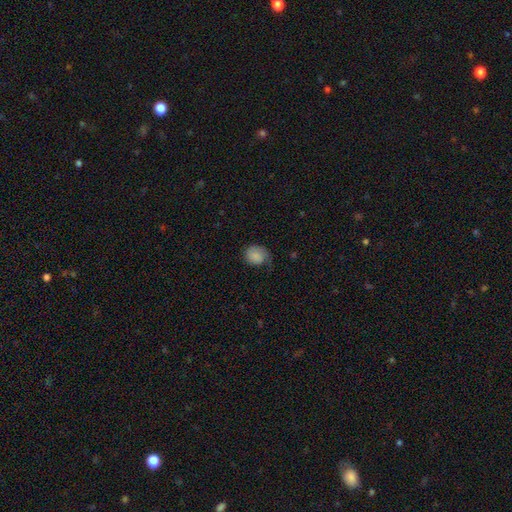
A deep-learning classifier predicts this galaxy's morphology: Smooth or featured?
  - smooth: 76% *
  - featured or disk: 16%
  - star or artifact: 8%
How rounded?
  - round: 57% *
  - in between: 42%
  - cigar-shaped: 1%
Merging?
  - none: 42% *
  - minor disturbance: 32%
  - major disturbance: 24%
  - merger: 2%